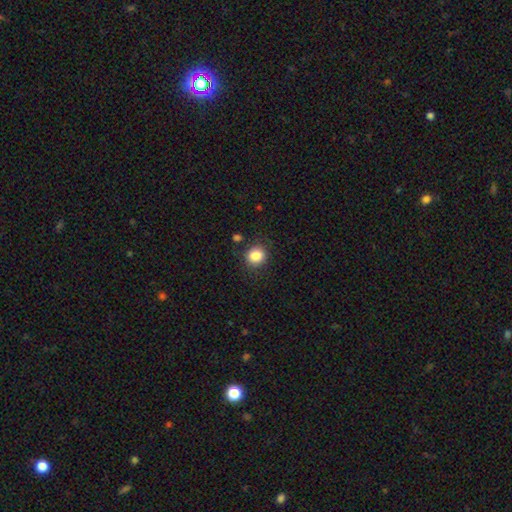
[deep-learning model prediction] smooth_or_featured: smooth (p=0.85) [alt: star or artifact p=0.10]
how_rounded: round (p=0.80) [alt: in between p=0.19]
merging: none (p=0.83) [alt: minor disturbance p=0.11]